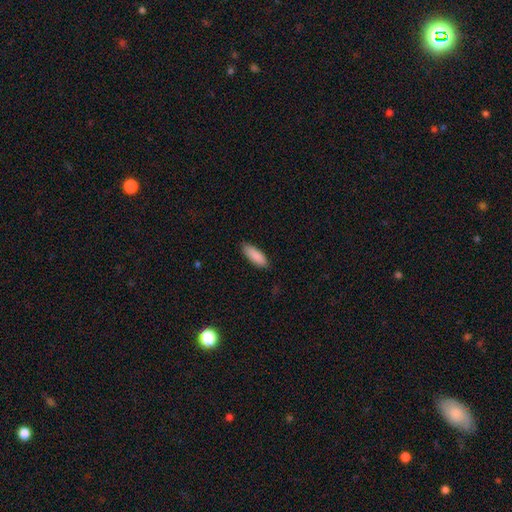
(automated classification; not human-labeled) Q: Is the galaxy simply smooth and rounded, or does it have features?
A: smooth — 89%.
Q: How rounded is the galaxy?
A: in between — 65%.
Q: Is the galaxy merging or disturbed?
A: none — 83%.